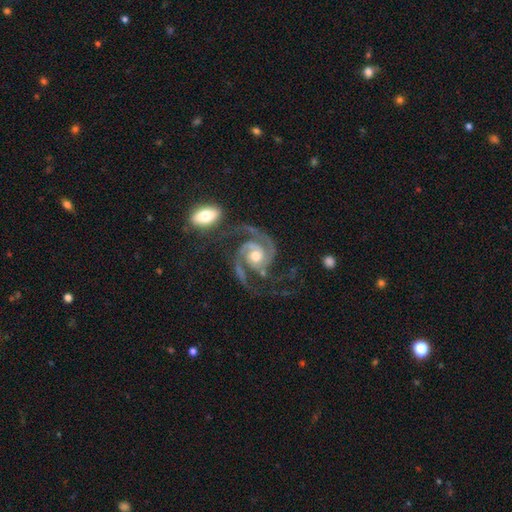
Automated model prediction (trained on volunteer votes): This appears to be a featured or disk galaxy (93%) with no bar (70%), 2 (63%) medium (52%) spiral arms (99%) and a moderate central bulge (69%). Merging: none (57%).